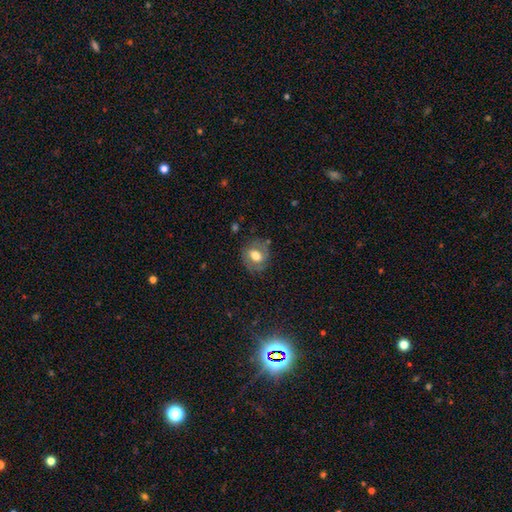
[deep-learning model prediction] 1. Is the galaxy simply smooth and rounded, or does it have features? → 53% smooth, 38% featured or disk, 9% star or artifact.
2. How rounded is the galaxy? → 54% round, 45% in between, 1% cigar-shaped.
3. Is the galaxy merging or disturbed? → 72% none, 19% minor disturbance, 7% major disturbance, 2% merger.